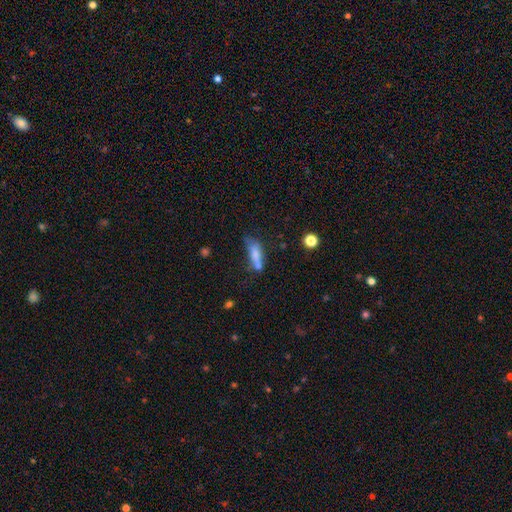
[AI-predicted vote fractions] Morphology: type=smooth (70%); roundness=in between (50%); merging=none (36%).